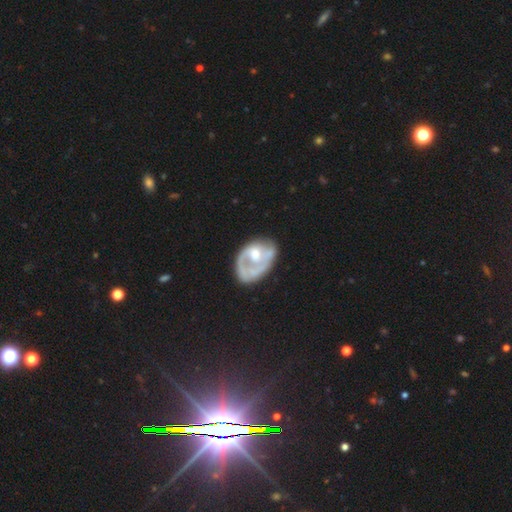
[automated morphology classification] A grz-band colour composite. It shows a featured or disk galaxy (67%) with no bar (76%), spiral arms (55%) and a moderate central bulge (58%). Merging: none (43%).